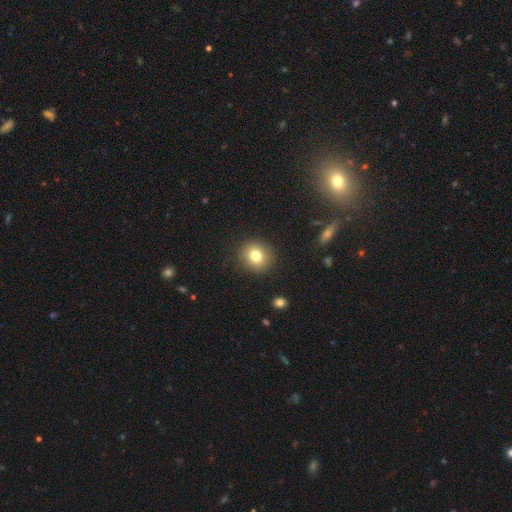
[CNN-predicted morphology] smooth-or-featured: smooth: 79% | star or artifact: 11% | featured or disk: 10%
  how-rounded: round: 84% | in between: 15% | cigar-shaped: 1%
  merging: none: 89% | minor disturbance: 7% | major disturbance: 3% | merger: 1%